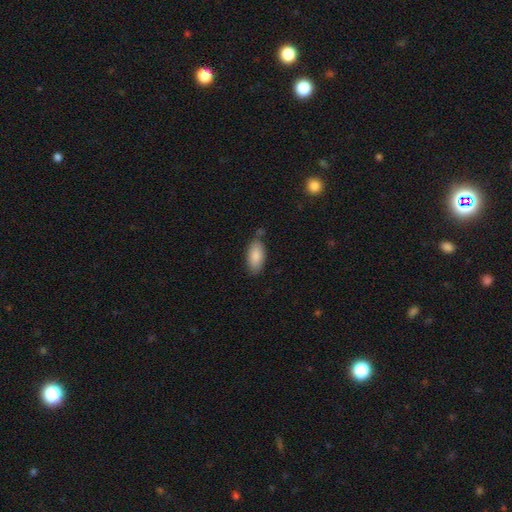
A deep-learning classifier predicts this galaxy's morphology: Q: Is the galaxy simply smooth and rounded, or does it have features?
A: smooth — 86%.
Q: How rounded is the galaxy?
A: in between — 93%.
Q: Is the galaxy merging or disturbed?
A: none — 71%.